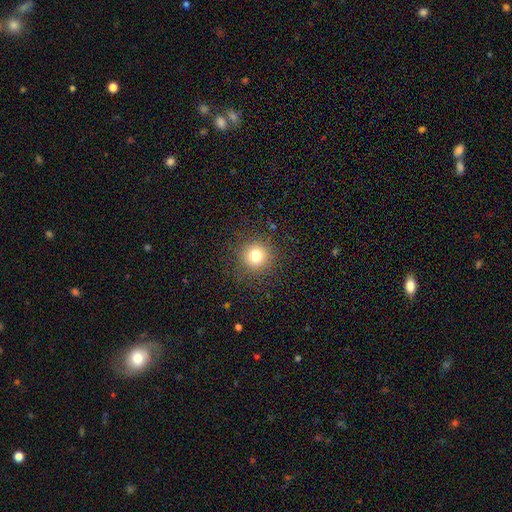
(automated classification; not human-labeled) A smooth galaxy with no disk features (77%) that is round (94%). Merging: none (89%).